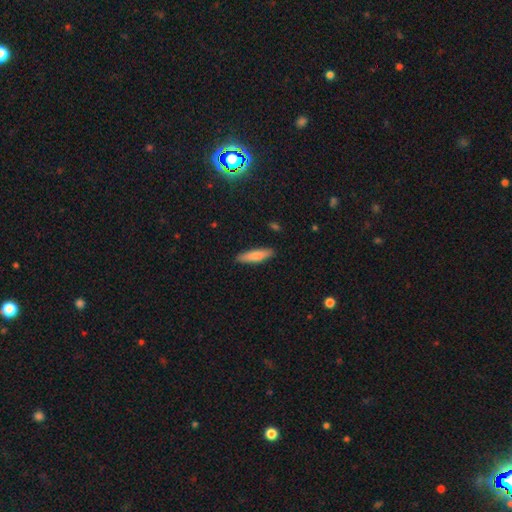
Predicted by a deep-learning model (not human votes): A smooth galaxy with no disk features (80%) that is cigar-shaped (78%).

Vote fractions:
- Smooth or featured? smooth: 80% / featured or disk: 14% / star or artifact: 6%
- How rounded? cigar-shaped: 78% / in between: 21% / round: 1%
- Merging? none: 88% / minor disturbance: 9% / major disturbance: 2% / merger: 1%